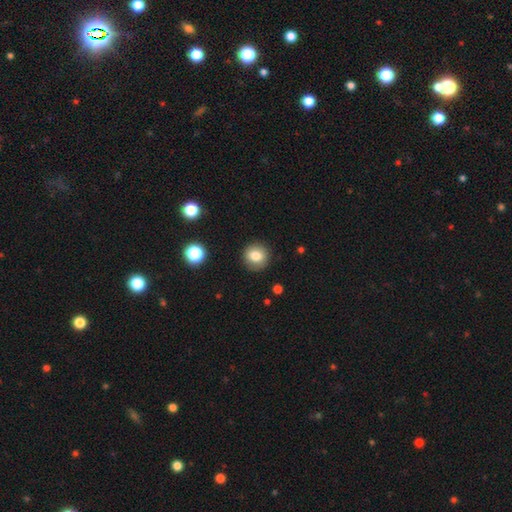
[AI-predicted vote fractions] Smooth or featured: smooth — 81% (star or artifact — 10%)
How rounded: round — 91% (in between — 8%)
Merging: none — 89% (minor disturbance — 7%)